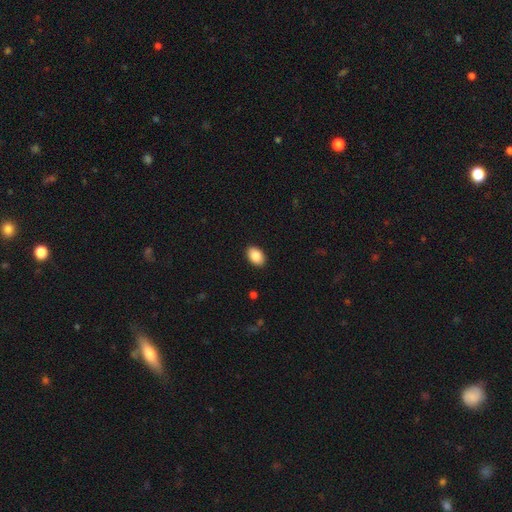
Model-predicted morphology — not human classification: Overall: smooth (87%). How rounded: in between (87%). Merging: none (90%).